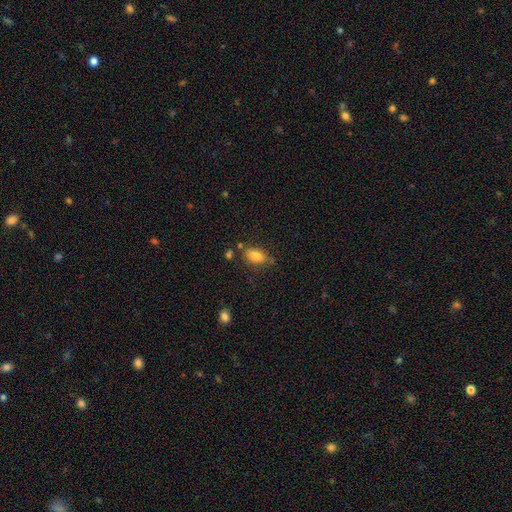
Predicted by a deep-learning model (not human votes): Q: Smooth or featured?
A: smooth (81%); runner-up: featured or disk (10%)
Q: How rounded?
A: in between (89%); runner-up: round (6%)
Q: Merging?
A: none (67%); runner-up: minor disturbance (20%)